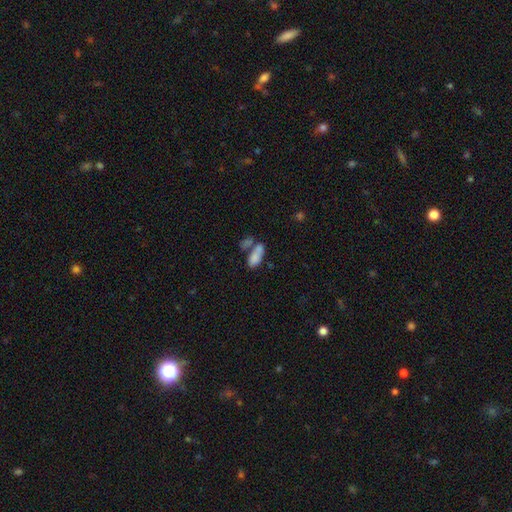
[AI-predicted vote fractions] Q: Smooth or featured?
A: smooth (78%); runner-up: featured or disk (13%)
Q: How rounded?
A: in between (86%); runner-up: cigar-shaped (11%)
Q: Merging?
A: merger (51%); runner-up: none (30%)